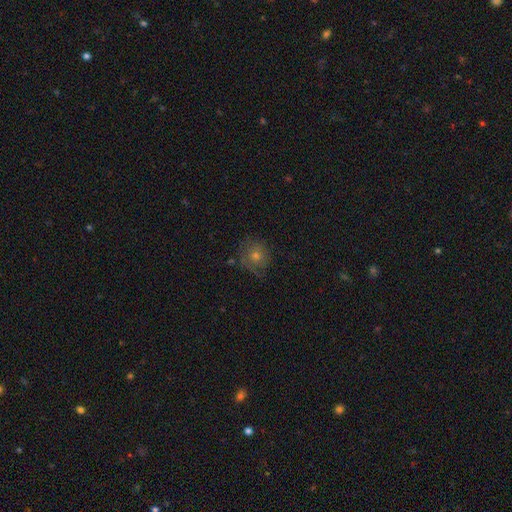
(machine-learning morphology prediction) type=smooth (53%); roundness=round (86%); merging=none (72%).